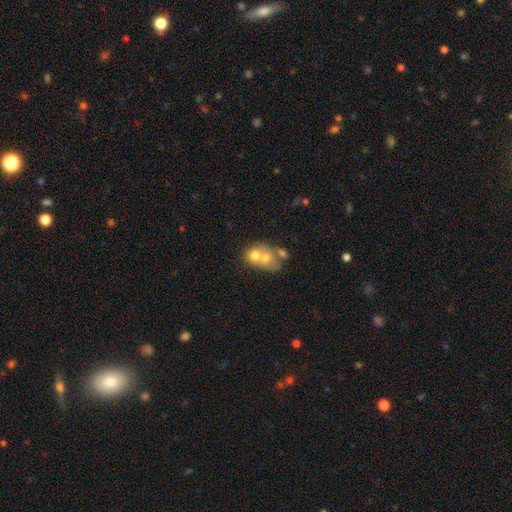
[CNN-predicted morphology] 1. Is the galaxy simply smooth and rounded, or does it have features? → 63% smooth, 28% featured or disk, 10% star or artifact.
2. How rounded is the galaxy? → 51% round, 48% in between, 1% cigar-shaped.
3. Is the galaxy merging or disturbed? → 68% merger, 20% none, 7% minor disturbance, 5% major disturbance.